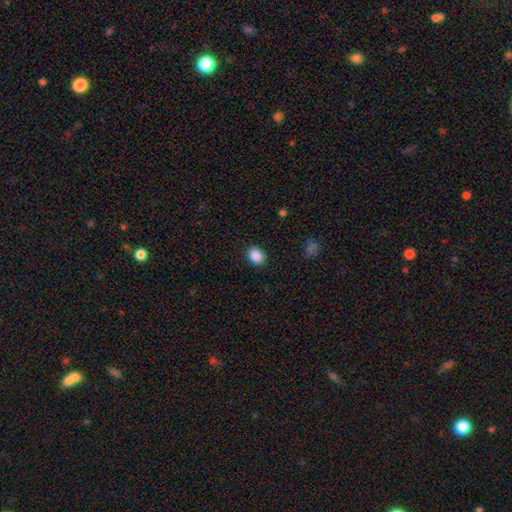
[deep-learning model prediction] smooth_or_featured: smooth (p=0.88) [alt: star or artifact p=0.08]
how_rounded: in between (p=0.57) [alt: round p=0.42]
merging: none (p=0.89) [alt: minor disturbance p=0.08]